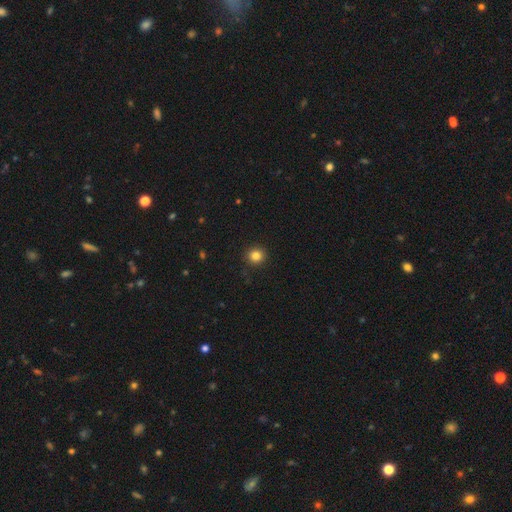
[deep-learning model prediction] Smooth or featured: smooth — 84% (star or artifact — 12%)
How rounded: round — 91% (in between — 8%)
Merging: none — 91% (minor disturbance — 6%)